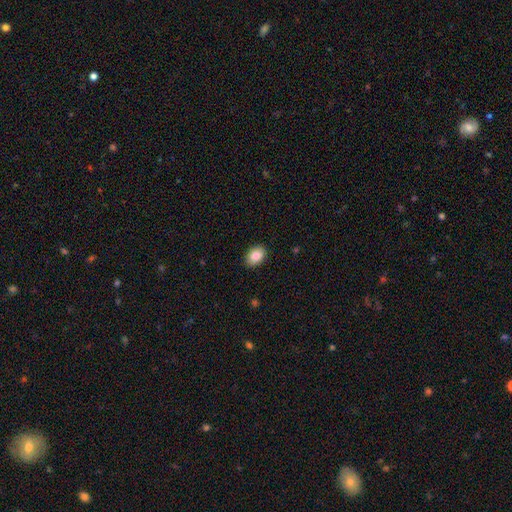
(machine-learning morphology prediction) Smooth or featured?
  - smooth: 86% *
  - star or artifact: 8%
  - featured or disk: 6%
How rounded?
  - in between: 79% *
  - round: 20%
  - cigar-shaped: 1%
Merging?
  - none: 89% *
  - minor disturbance: 8%
  - major disturbance: 2%
  - merger: 1%